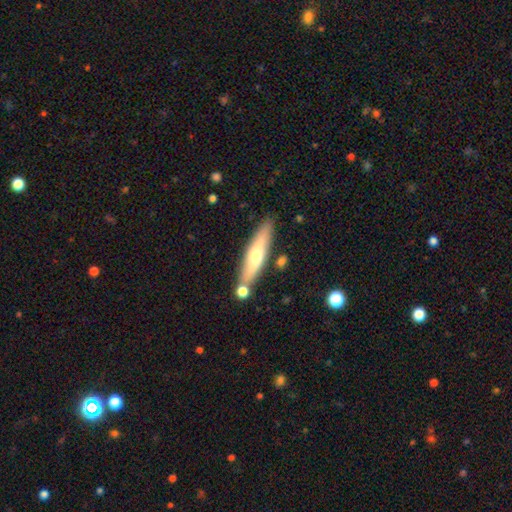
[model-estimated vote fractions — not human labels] A smooth galaxy with no disk features (50%) that is cigar-shaped (81%).

Vote fractions:
- Smooth or featured? smooth: 50% / featured or disk: 44% / star or artifact: 6%
- How rounded? cigar-shaped: 81% / in between: 18% / round: 2%
- Merging? none: 80% / minor disturbance: 11% / merger: 7% / major disturbance: 2%